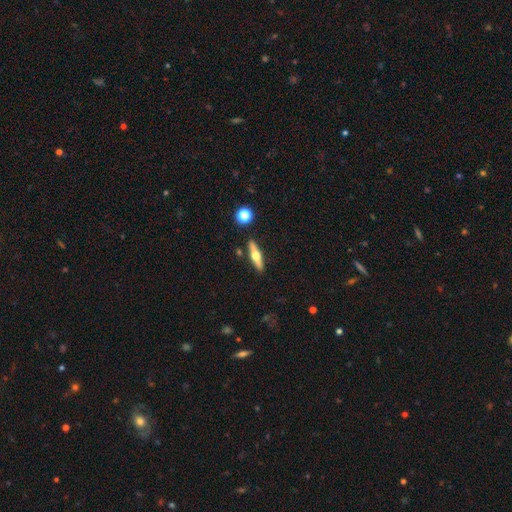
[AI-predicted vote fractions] Overall: featured or disk (60%; smooth 34%). Edge-on disk: yes (94%). Edge-on bulge: rounded (96%). Merging: none (87%).